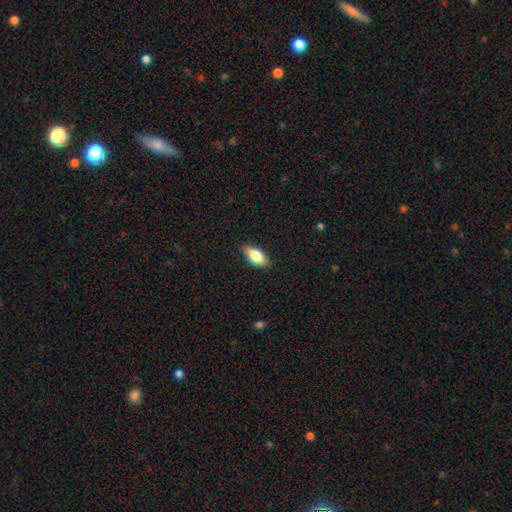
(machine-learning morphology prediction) smooth-or-featured: smooth: 75% | featured or disk: 18% | star or artifact: 7%
  how-rounded: in between: 86% | cigar-shaped: 10% | round: 4%
  merging: none: 86% | minor disturbance: 11% | major disturbance: 2% | merger: 1%